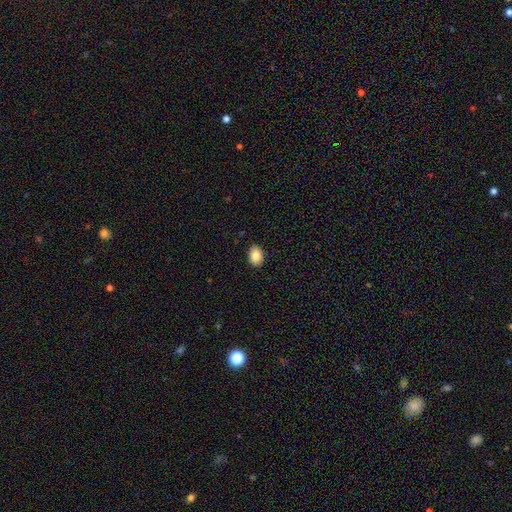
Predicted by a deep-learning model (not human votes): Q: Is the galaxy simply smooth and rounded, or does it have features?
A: smooth — 86%.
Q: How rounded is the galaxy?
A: in between — 78%.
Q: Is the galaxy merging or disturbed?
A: none — 89%.